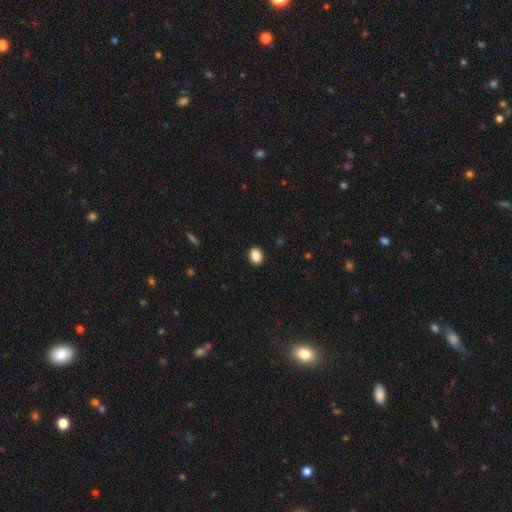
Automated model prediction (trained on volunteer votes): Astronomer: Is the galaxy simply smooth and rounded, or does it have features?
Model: smooth — 88%.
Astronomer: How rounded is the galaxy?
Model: in between — 64%.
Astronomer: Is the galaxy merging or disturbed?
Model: none — 91%.